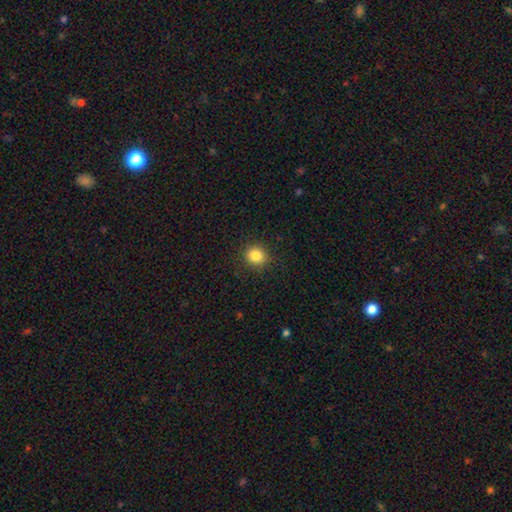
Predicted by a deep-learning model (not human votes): The model was most divided on "how rounded": round: 84%, in between: 15%, cigar-shaped: 1%. More confident: merging — none (90%); smooth or featured — smooth (84%).